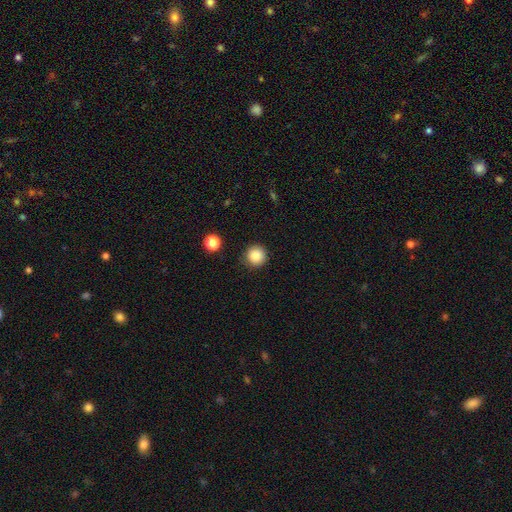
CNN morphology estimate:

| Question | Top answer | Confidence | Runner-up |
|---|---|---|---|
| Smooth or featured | smooth | 86% | star or artifact (10%) |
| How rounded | round | 95% | in between (4%) |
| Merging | none | 90% | minor disturbance (6%) |